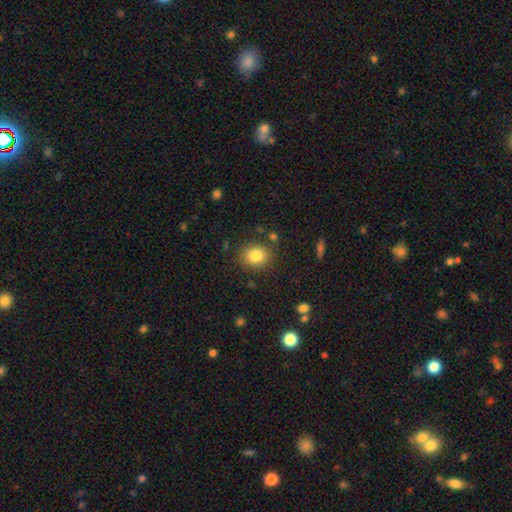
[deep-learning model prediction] Smooth or featured?
  - smooth: 83% *
  - star or artifact: 10%
  - featured or disk: 7%
How rounded?
  - round: 69% *
  - in between: 30%
  - cigar-shaped: 1%
Merging?
  - none: 83% *
  - minor disturbance: 10%
  - major disturbance: 4%
  - merger: 3%